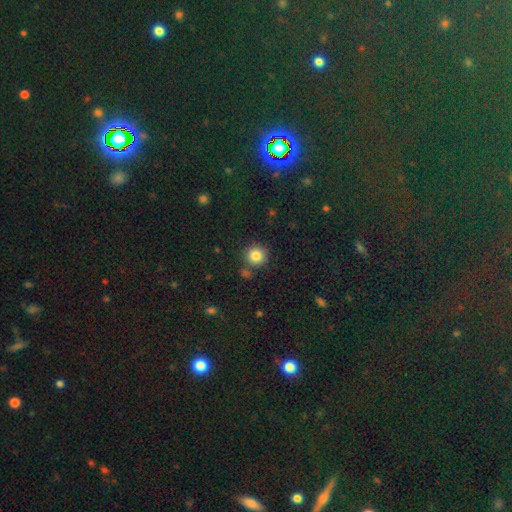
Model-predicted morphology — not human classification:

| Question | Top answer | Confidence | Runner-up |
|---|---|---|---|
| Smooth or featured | smooth | 84% | star or artifact (11%) |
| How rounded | round | 93% | in between (6%) |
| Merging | none | 81% | minor disturbance (9%) |